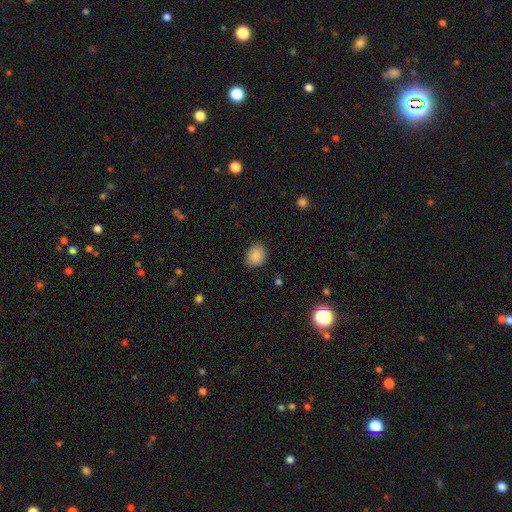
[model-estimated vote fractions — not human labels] smooth_or_featured: smooth (p=0.87) [alt: star or artifact p=0.09]
how_rounded: round (p=0.52) [alt: in between p=0.47]
merging: none (p=0.84) [alt: minor disturbance p=0.12]